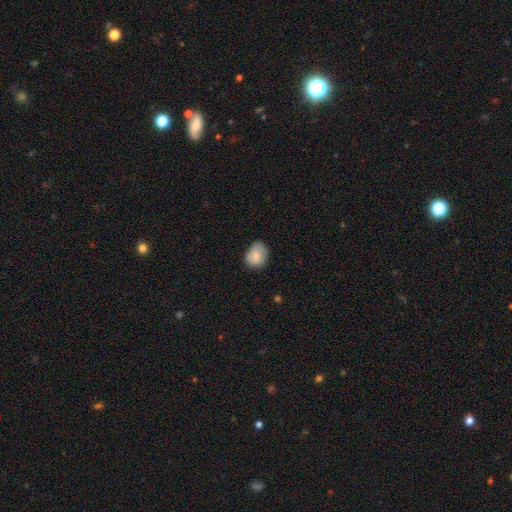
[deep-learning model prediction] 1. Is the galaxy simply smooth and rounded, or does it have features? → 81% smooth, 12% featured or disk, 7% star or artifact.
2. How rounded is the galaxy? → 55% in between, 44% round, 1% cigar-shaped.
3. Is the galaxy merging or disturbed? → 65% none, 28% minor disturbance, 5% major disturbance, 1% merger.